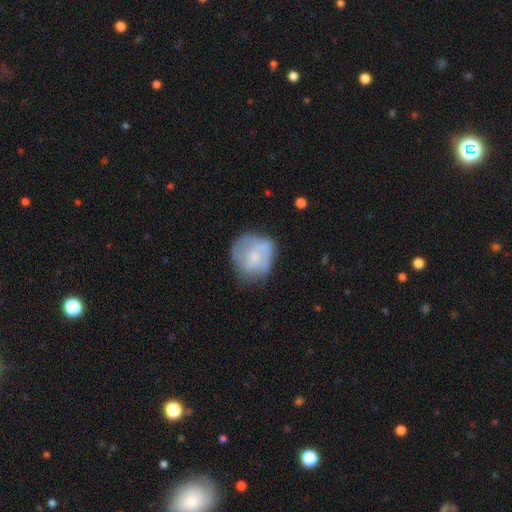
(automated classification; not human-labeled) The model was most divided on "smooth or featured": smooth: 51%, featured or disk: 41%, star or artifact: 8%. More confident: how rounded — round (78%); merging — none (51%).